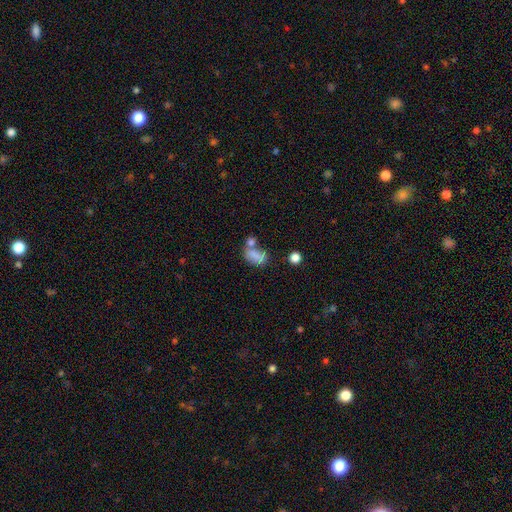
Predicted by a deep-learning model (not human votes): The model was most divided on "merging": merger: 40%, none: 29%, minor disturbance: 17%, major disturbance: 14%. More confident: how rounded — in between (82%); smooth or featured — smooth (70%).